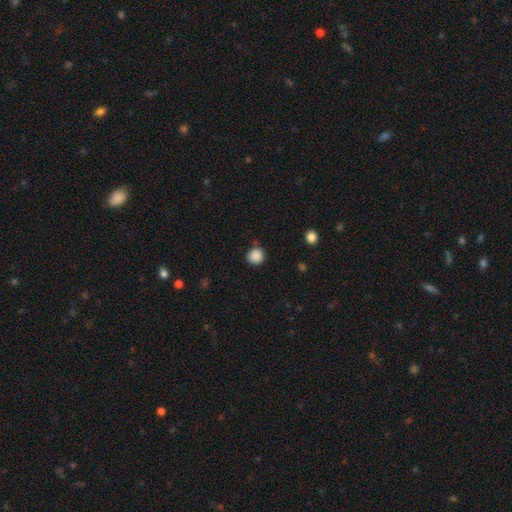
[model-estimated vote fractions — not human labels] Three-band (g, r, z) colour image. It shows a smooth galaxy with no disk features (88%) that is round (91%). Merging: none (84%).